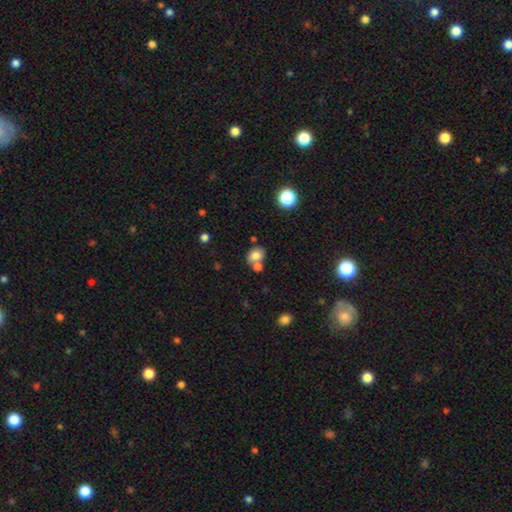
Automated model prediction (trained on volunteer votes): Smooth or featured? Predicted: smooth (p=0.78). How rounded? Predicted: round (p=0.53). Merging? Predicted: none (p=0.46).